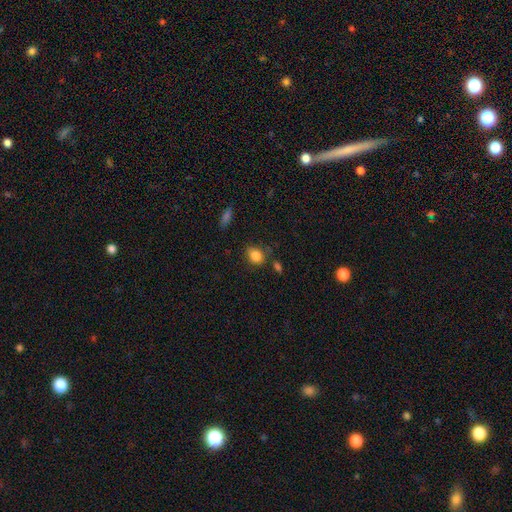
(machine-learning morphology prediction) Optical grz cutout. It shows a smooth galaxy with no disk features (85%) that is in between round and cigar-shaped (51%). Merging: none (70%).